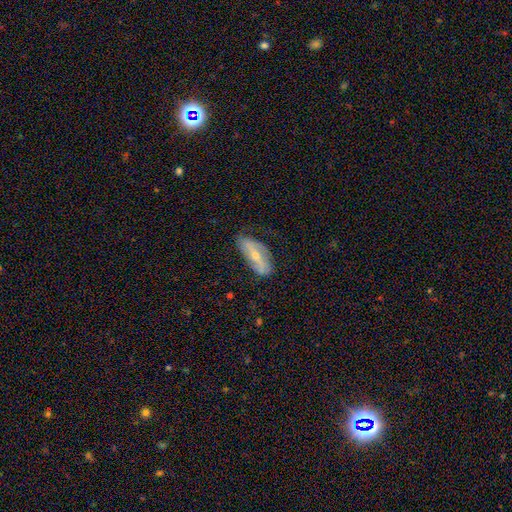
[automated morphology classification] featured or disk 63%, smooth 30%, star or artifact 7%. Down the decision tree: edge-on disk — no (80%); bar — strong (50%); spiral arms — yes (68%); bulge size — small (55%); merging — none (67%).